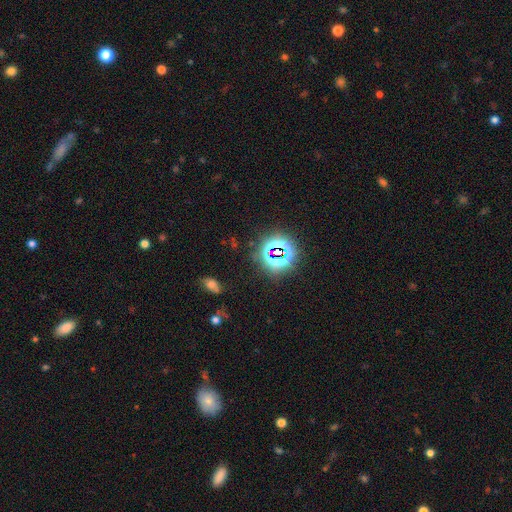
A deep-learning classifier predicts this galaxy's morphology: Overall: star or artifact (80%).